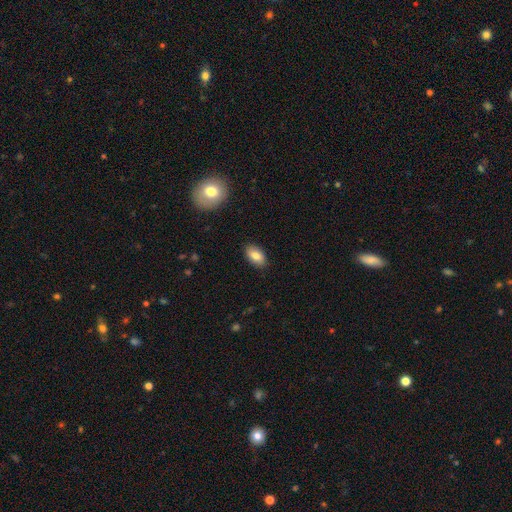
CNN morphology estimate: A smooth galaxy with no disk features (81%) that is in between round and cigar-shaped (93%). Merging: none (89%).